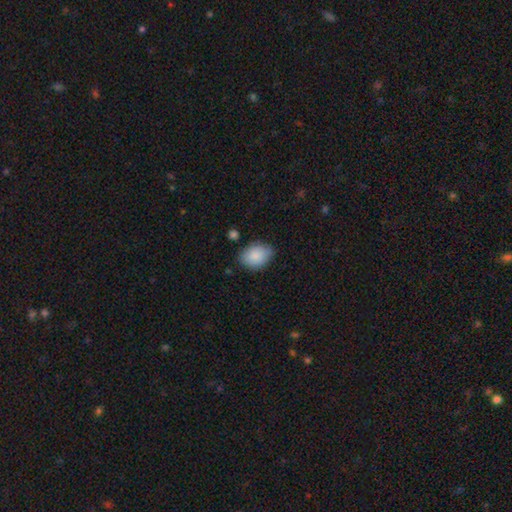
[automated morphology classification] Q: Smooth or featured?
A: smooth (88%); runner-up: star or artifact (6%)
Q: How rounded?
A: in between (74%); runner-up: round (25%)
Q: Merging?
A: none (72%); runner-up: minor disturbance (21%)